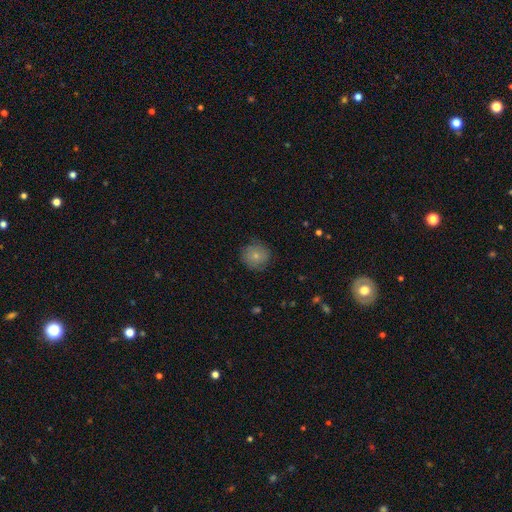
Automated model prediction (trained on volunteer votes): The model was most divided on "smooth or featured": smooth: 72%, featured or disk: 19%, star or artifact: 9%. More confident: how rounded — round (91%); merging — none (78%).